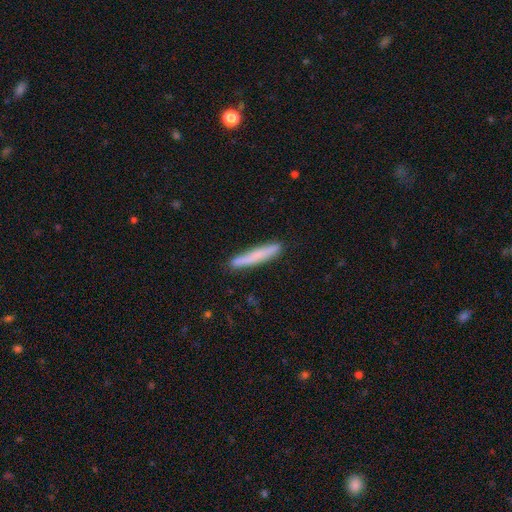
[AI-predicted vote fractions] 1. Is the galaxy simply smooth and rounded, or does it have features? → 73% smooth, 21% featured or disk, 6% star or artifact.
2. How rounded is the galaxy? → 96% cigar-shaped, 3% in between, 1% round.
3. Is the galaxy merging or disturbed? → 87% none, 10% minor disturbance, 2% major disturbance, 2% merger.